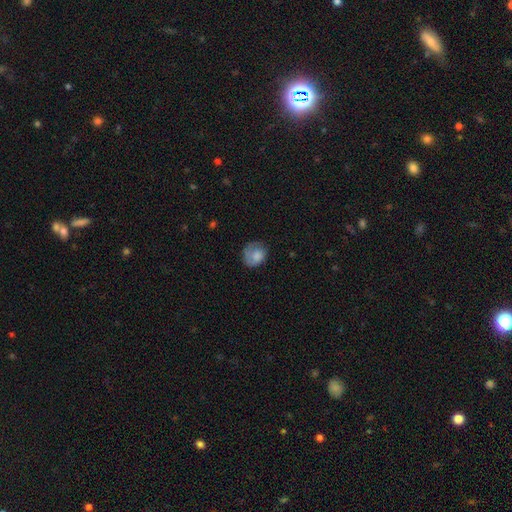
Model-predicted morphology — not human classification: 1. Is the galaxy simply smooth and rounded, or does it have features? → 72% smooth, 21% featured or disk, 7% star or artifact.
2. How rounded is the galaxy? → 68% round, 32% in between, 1% cigar-shaped.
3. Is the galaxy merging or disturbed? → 53% none, 27% minor disturbance, 18% major disturbance, 2% merger.